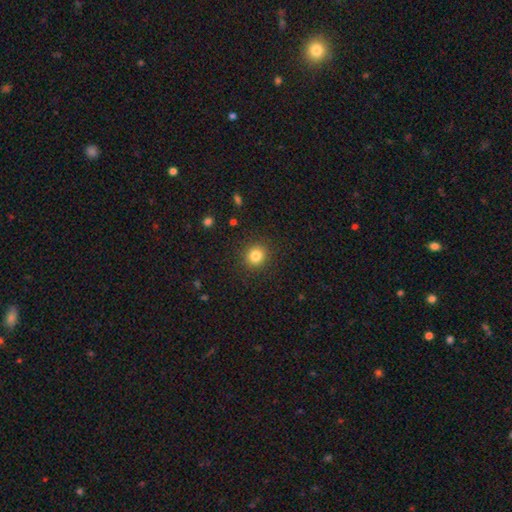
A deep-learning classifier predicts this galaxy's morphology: This appears to be a smooth galaxy with no disk features (83%) that is round (88%). Merging: none (90%).